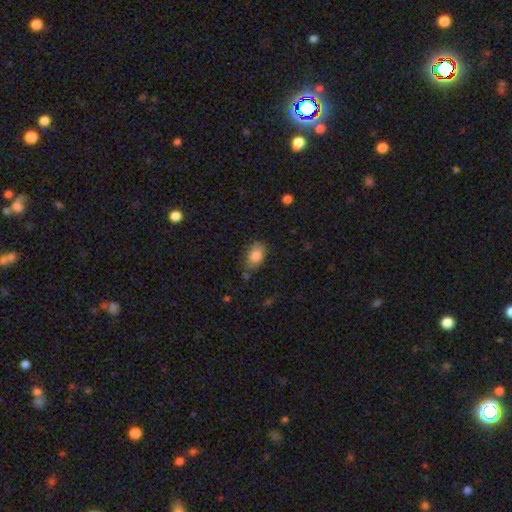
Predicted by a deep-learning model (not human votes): Overall: smooth (84%). How rounded: in between (88%). Merging: none (69%).